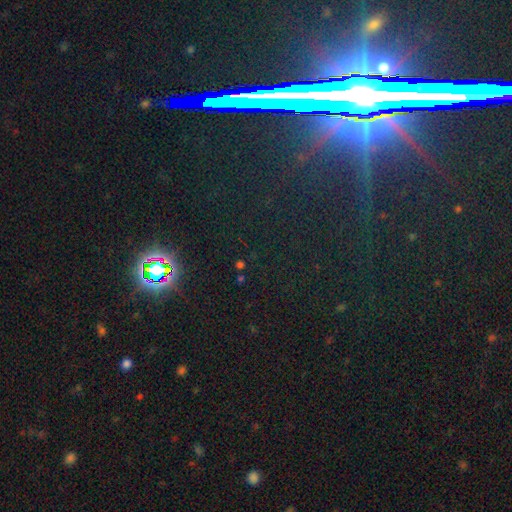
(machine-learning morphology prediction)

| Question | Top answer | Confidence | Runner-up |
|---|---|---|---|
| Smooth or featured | star or artifact | 78% | featured or disk (12%) |